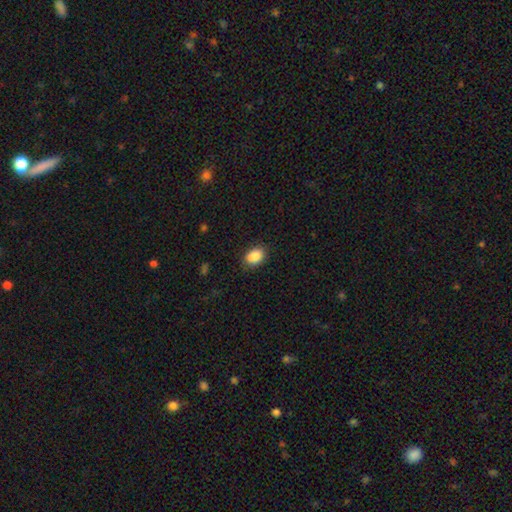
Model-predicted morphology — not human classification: smooth 87%, star or artifact 8%, featured or disk 5%. Down the decision tree: how rounded — in between (79%); merging — none (78%).